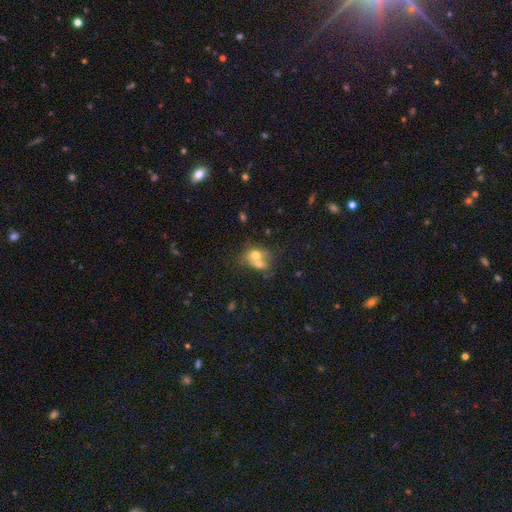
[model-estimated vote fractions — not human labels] A smooth galaxy with no disk features (63%) that is in between round and cigar-shaped (52%).

Vote fractions:
- Smooth or featured? smooth: 63% / featured or disk: 26% / star or artifact: 11%
- How rounded? in between: 52% / round: 46% / cigar-shaped: 2%
- Merging? merger: 64% / none: 22% / minor disturbance: 8% / major disturbance: 6%